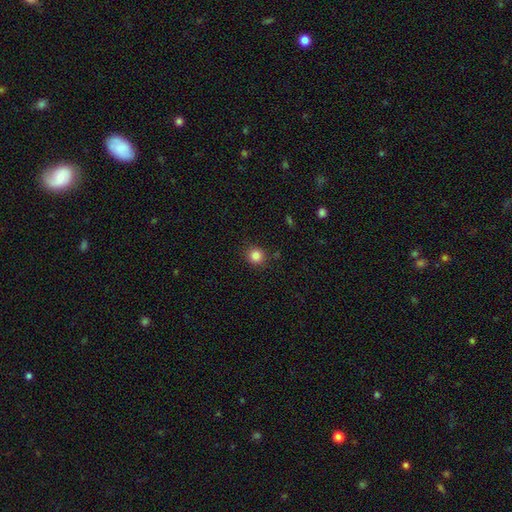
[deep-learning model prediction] This appears to be a smooth galaxy with no disk features (85%) that is round (92%). Merging: none (88%).